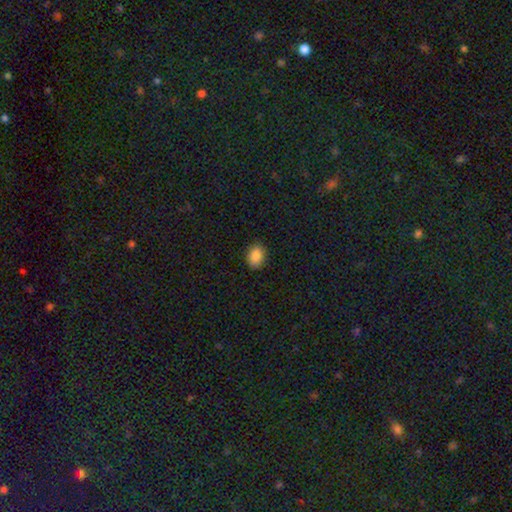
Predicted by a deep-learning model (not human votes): A smooth galaxy with no disk features (87%) that is in between round and cigar-shaped (66%). Merging: none (88%).